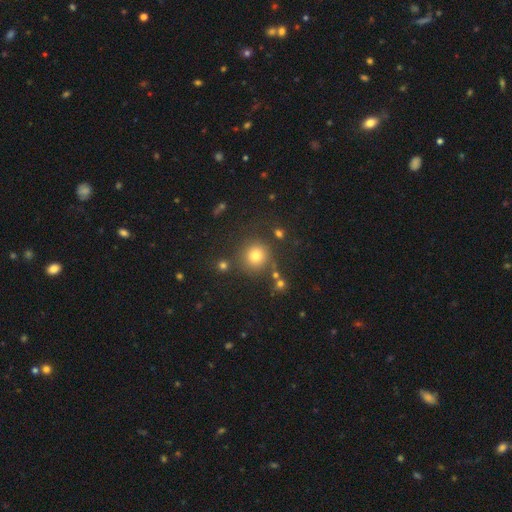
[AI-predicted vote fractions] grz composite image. It shows a smooth galaxy with no disk features (76%) that is round (92%). Merging: none (79%).